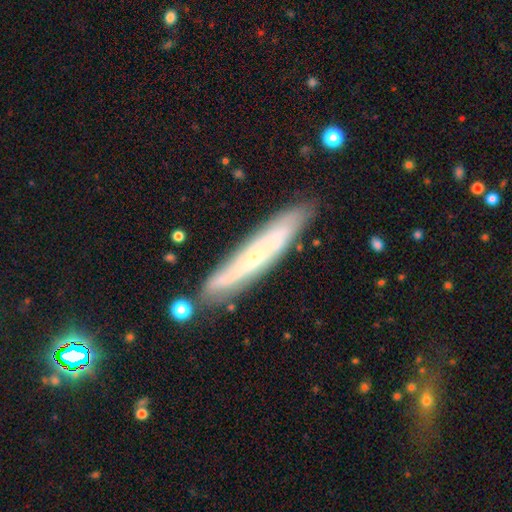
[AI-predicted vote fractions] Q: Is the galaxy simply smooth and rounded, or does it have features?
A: featured or disk — 65%.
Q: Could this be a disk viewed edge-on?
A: yes — 60%.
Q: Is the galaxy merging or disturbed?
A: none — 82%.